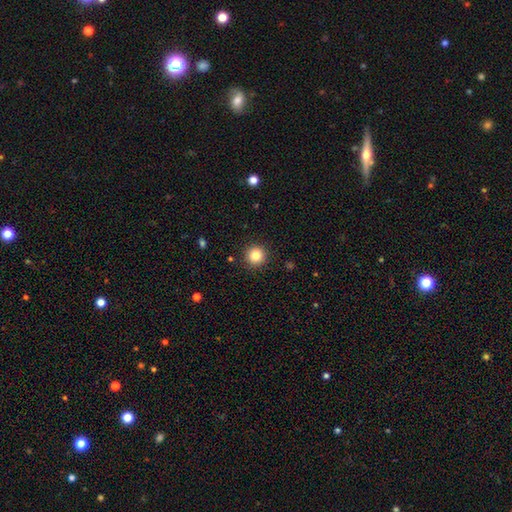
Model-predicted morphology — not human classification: smooth_or_featured: smooth (p=0.83) [alt: star or artifact p=0.11]
how_rounded: round (p=0.95) [alt: in between p=0.04]
merging: none (p=0.91) [alt: minor disturbance p=0.06]